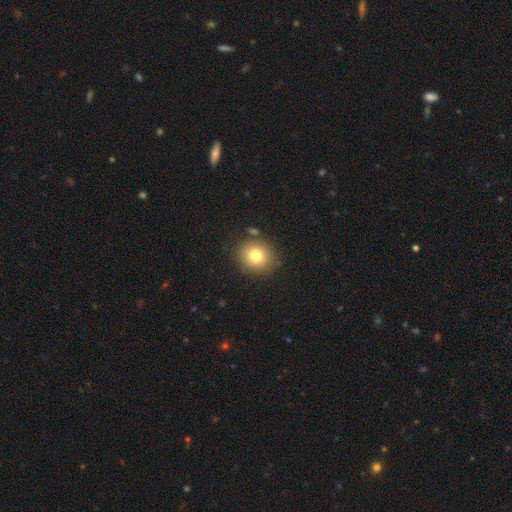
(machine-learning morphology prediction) type=smooth (79%); roundness=round (76%); merging=none (84%).